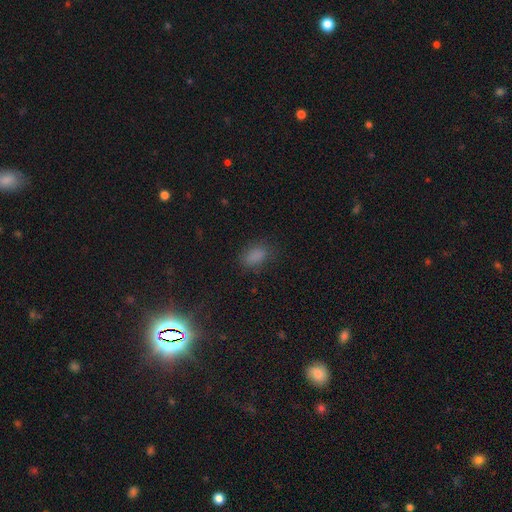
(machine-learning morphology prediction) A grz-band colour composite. It shows a smooth galaxy with no disk features (82%) that is in between round and cigar-shaped (88%). Merging: none (79%).